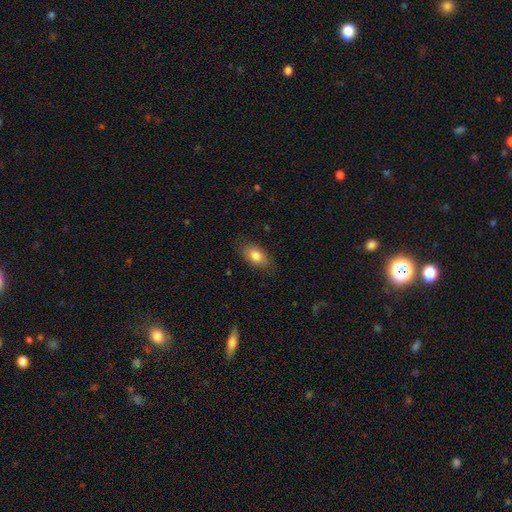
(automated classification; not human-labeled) This is likely a smooth galaxy (78%). How rounded: clearly in between (89%). Merging: likely none (79%).